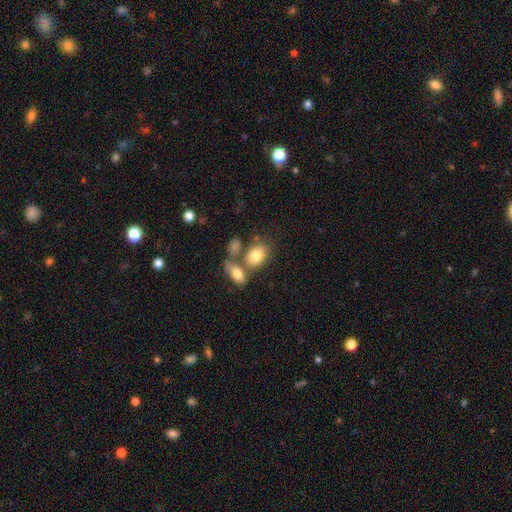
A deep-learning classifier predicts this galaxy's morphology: Smooth or featured? smooth (79%)
How rounded? in between (85%)
Merging? none (42%)